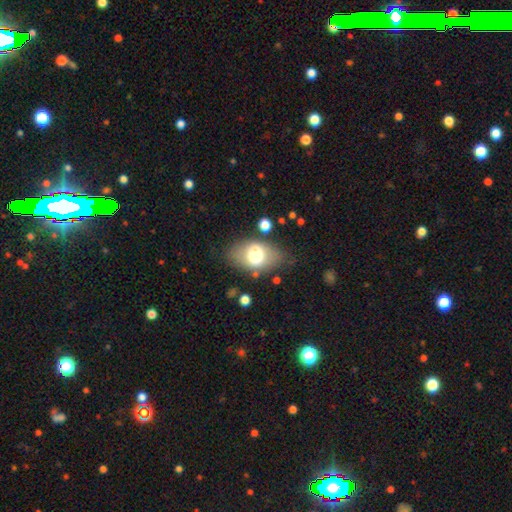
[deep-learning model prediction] Overall: smooth (66%). How rounded: in between (85%). Merging: none (68%).